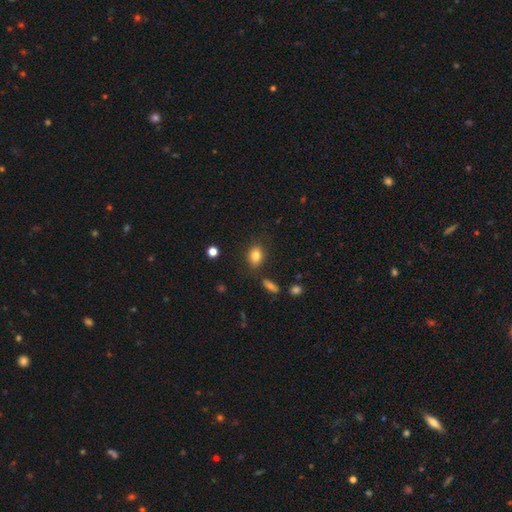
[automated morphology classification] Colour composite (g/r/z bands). It shows a smooth galaxy with no disk features (81%) that is in between round and cigar-shaped (64%). Merging: none (81%).